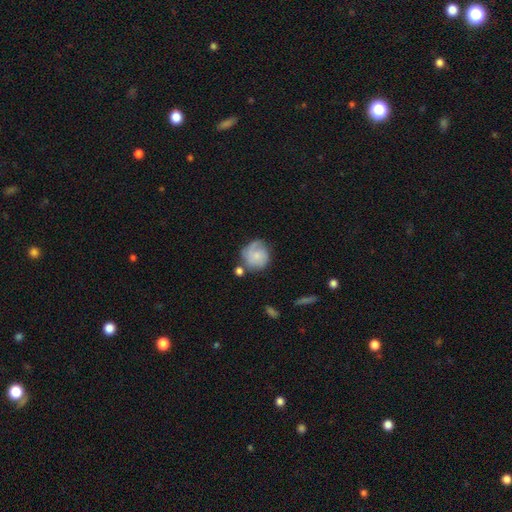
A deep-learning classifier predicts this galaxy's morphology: Overall: smooth (56%; featured or disk 37%). How rounded: round (82%). Merging: none (54%; minor disturbance 24%).